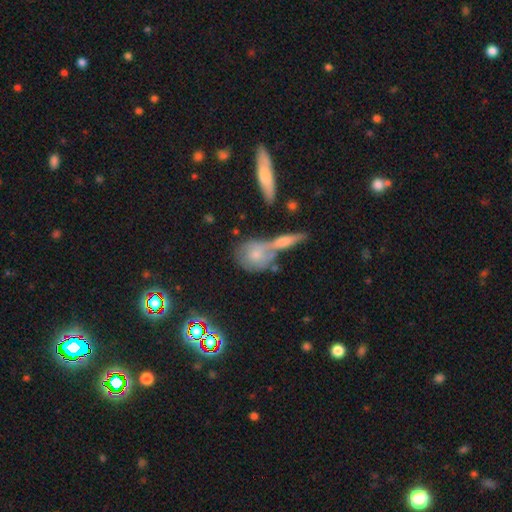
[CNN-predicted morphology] This appears to be a smooth galaxy with no disk features (57%) that is round (54%). Merging: merger (42%).